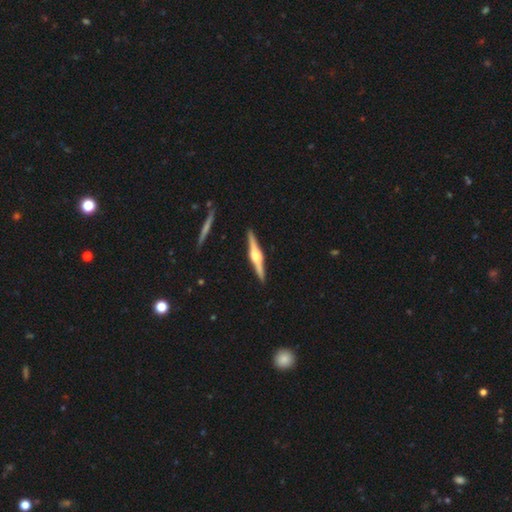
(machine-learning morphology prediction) Smooth or featured: featured or disk — 83% (smooth — 12%)
Edge-on disk: yes — 98% (no — 2%)
Edge-on bulge: rounded — 89% (boxy — 9%)
Merging: none — 92% (minor disturbance — 6%)